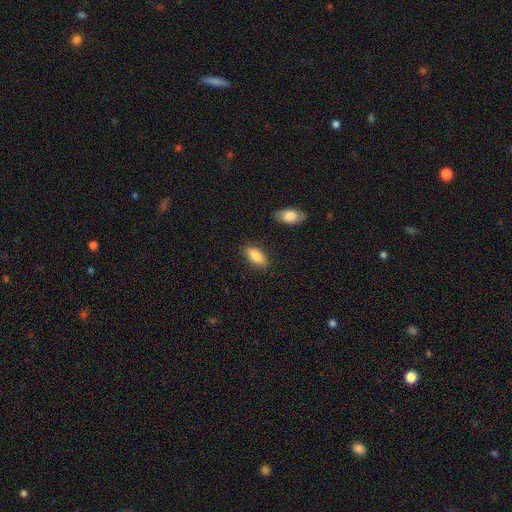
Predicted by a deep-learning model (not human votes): Morphology: type=smooth (87%); roundness=in between (86%); merging=none (84%).